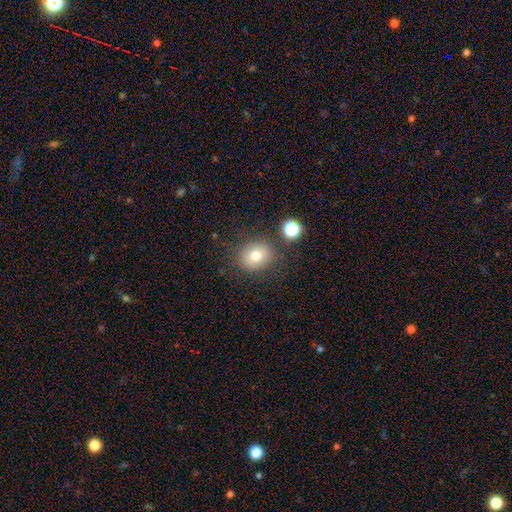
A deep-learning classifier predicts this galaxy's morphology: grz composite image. It shows a smooth galaxy with no disk features (76%) that is round (64%). Merging: none (80%).